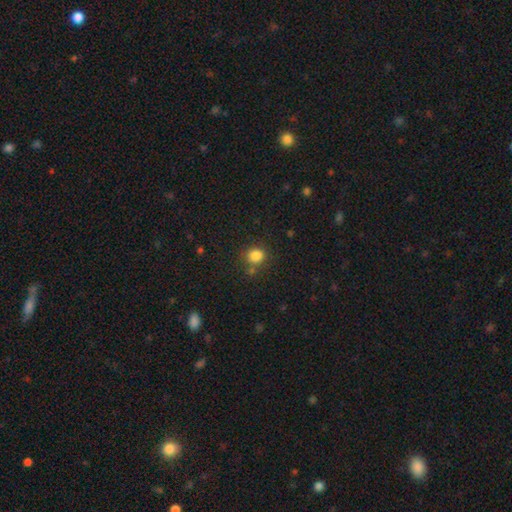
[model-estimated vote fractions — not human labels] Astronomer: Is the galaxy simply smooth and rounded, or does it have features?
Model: smooth — 84%.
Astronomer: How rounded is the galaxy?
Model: round — 70%.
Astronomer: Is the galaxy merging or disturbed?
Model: none — 73%.